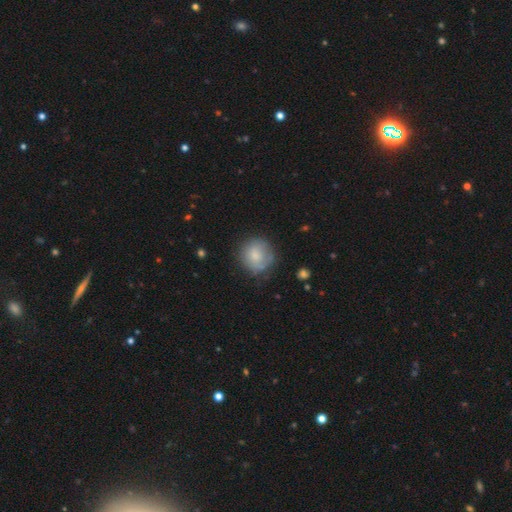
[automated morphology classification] A smooth galaxy with no disk features (72%) that is round (89%). Merging: none (65%).